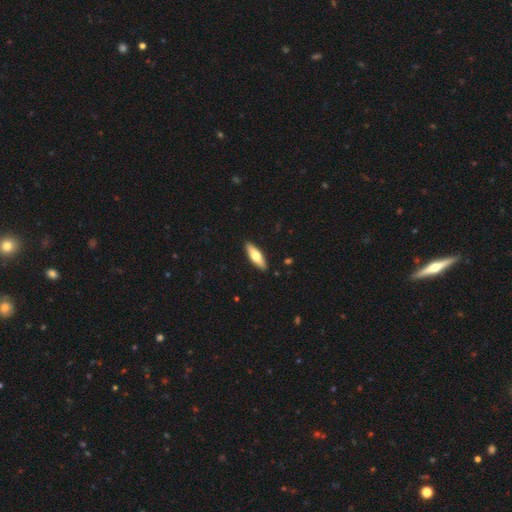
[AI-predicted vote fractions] Morphology: type=smooth (60%); roundness=cigar-shaped (51%); merging=none (90%).